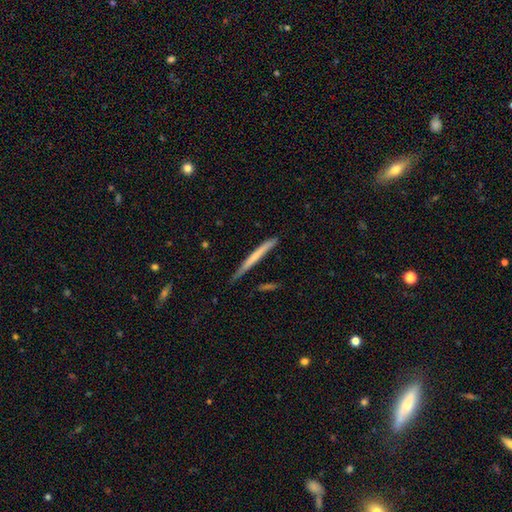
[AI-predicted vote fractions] This appears to be a smooth galaxy with no disk features (55%) that is cigar-shaped (97%). Merging: none (78%).